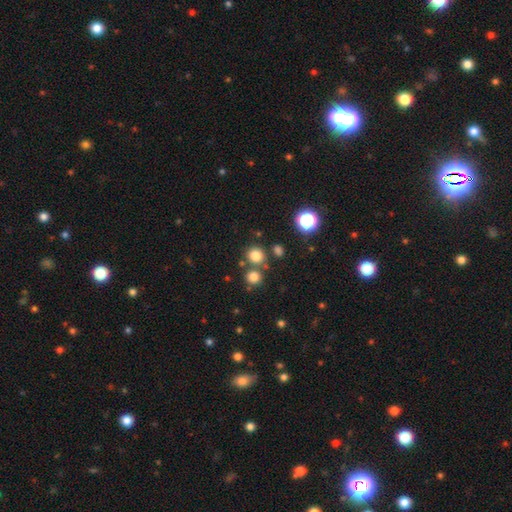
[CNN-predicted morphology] Smooth or featured? smooth (78%)
How rounded? round (85%)
Merging? none (73%)